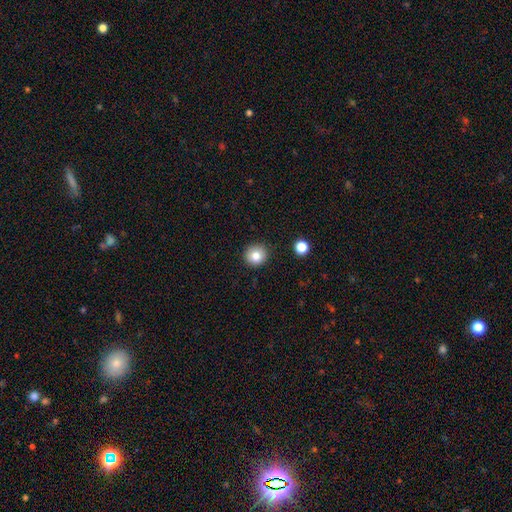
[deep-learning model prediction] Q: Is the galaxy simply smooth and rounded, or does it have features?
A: smooth — 81%.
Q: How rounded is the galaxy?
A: round — 92%.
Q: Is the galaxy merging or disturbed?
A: none — 90%.